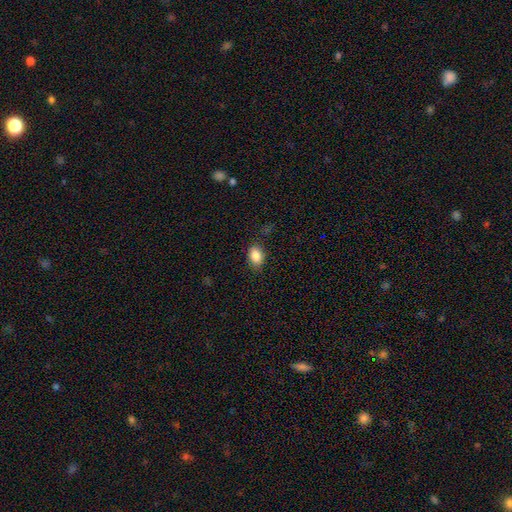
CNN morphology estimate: A smooth galaxy with no disk features (85%) that is in between round and cigar-shaped (78%). Merging: none (83%).